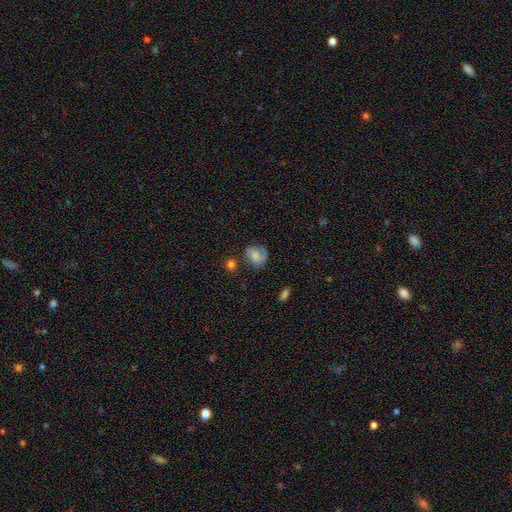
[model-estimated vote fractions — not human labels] Smooth or featured: smooth — 57% (featured or disk — 35%)
How rounded: round — 66% (in between — 33%)
Merging: none — 61% (minor disturbance — 24%)